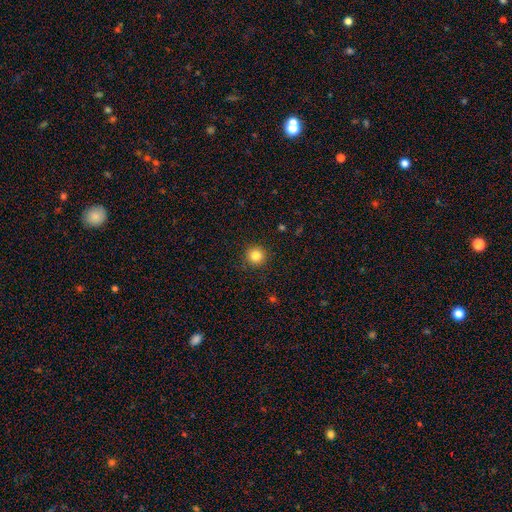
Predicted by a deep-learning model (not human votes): smooth_or_featured: smooth (p=0.84) [alt: star or artifact p=0.11]
how_rounded: round (p=0.95) [alt: in between p=0.04]
merging: none (p=0.92) [alt: minor disturbance p=0.06]